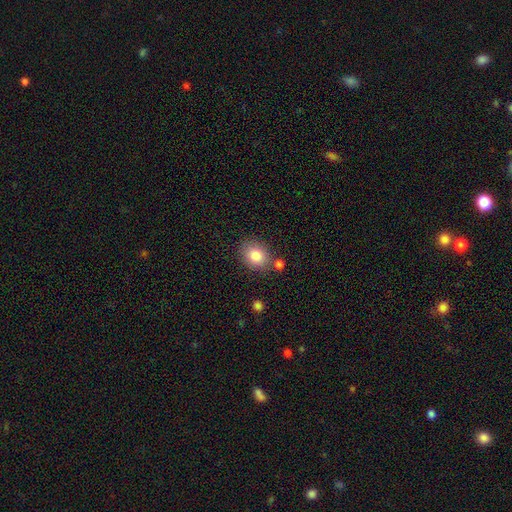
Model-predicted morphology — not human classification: A smooth galaxy with no disk features (83%) that is in between round and cigar-shaped (50%). Merging: none (73%).